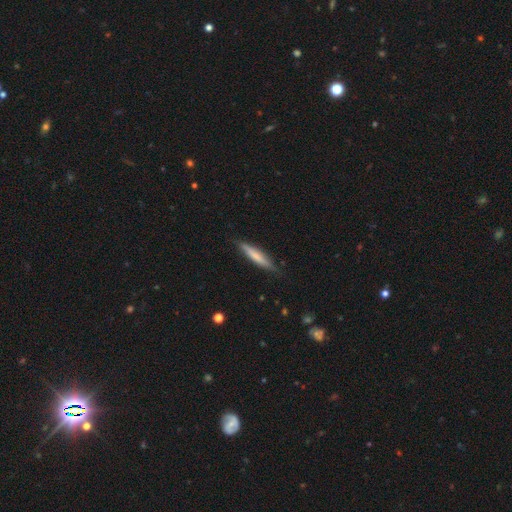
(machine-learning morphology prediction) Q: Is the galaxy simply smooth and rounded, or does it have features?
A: smooth — 62%.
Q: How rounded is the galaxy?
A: cigar-shaped — 90%.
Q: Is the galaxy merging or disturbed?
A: none — 83%.